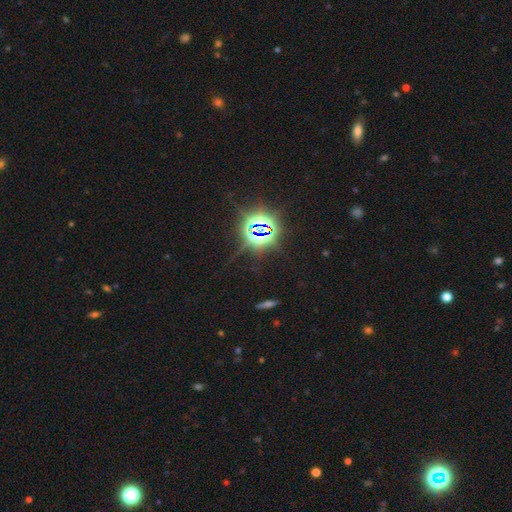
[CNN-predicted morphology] Smooth or featured?
  - star or artifact: 83% *
  - smooth: 11%
  - featured or disk: 7%